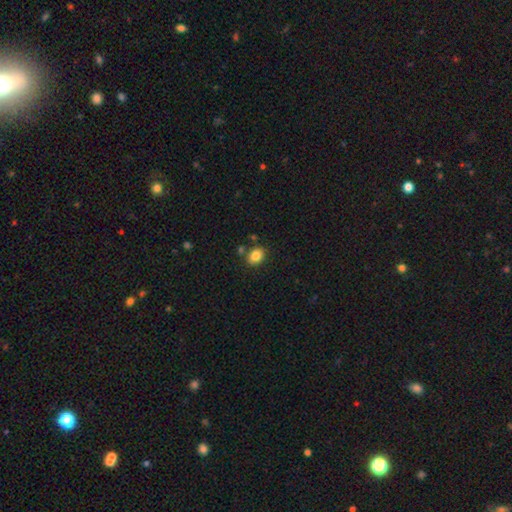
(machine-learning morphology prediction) The model was most divided on "how rounded": in between: 69%, round: 30%, cigar-shaped: 1%. More confident: smooth or featured — smooth (84%); merging — none (80%).